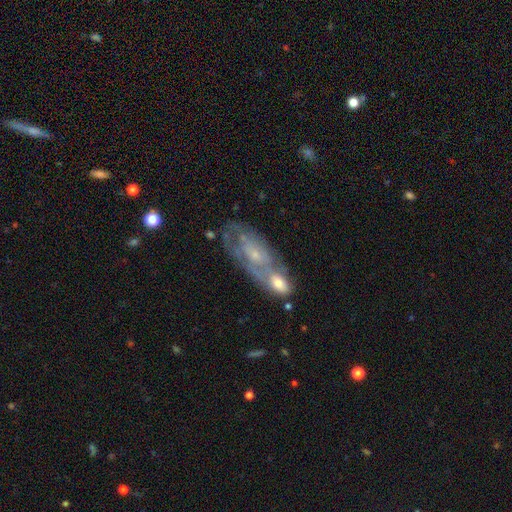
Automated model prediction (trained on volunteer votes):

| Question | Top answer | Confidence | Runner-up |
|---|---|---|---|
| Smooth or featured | featured or disk | 63% | smooth (24%) |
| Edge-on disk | no | 85% | yes (15%) |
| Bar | no | 69% | weak (25%) |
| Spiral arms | yes | 66% | no (34%) |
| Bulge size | small | 65% | moderate (24%) |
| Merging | none | 47% | merger (31%) |